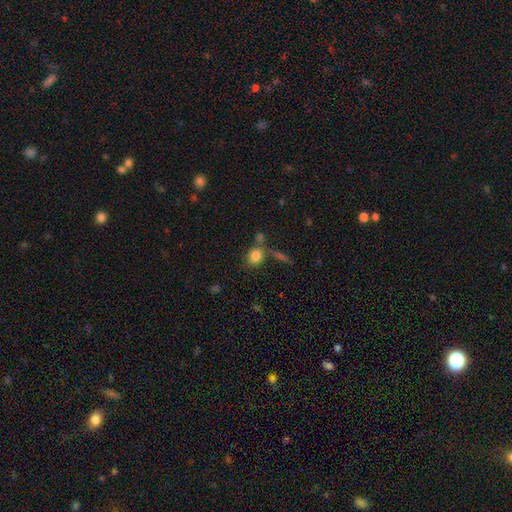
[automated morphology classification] A smooth galaxy with no disk features (81%) that is round (62%). Merging: none (60%).